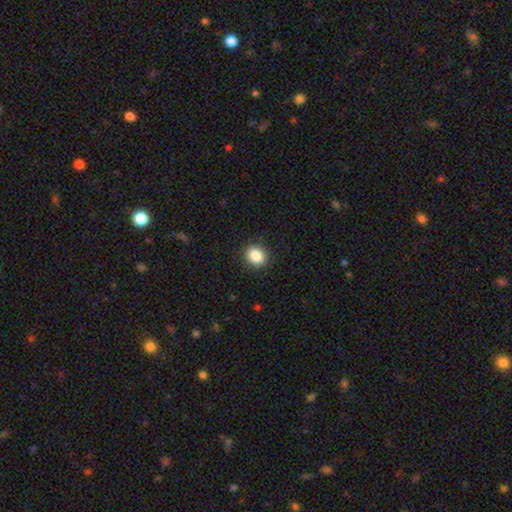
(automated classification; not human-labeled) Morphology: type=smooth (86%); roundness=round (67%); merging=none (90%).